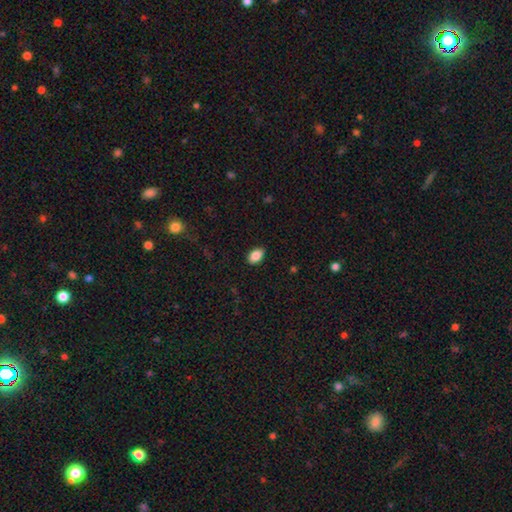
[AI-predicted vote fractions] Q: Smooth or featured?
A: smooth (88%); runner-up: star or artifact (8%)
Q: How rounded?
A: in between (92%); runner-up: round (7%)
Q: Merging?
A: none (88%); runner-up: minor disturbance (9%)